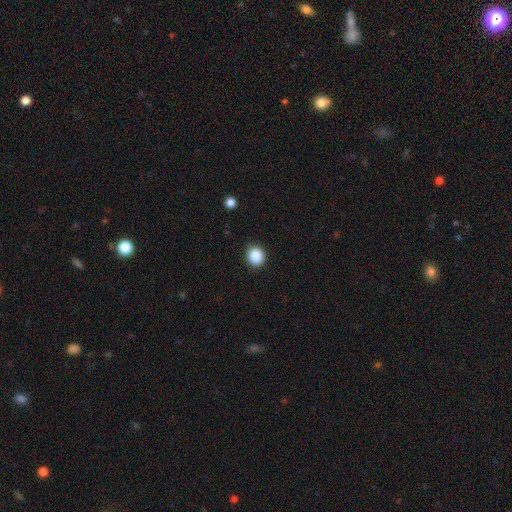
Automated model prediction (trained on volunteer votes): Overall: smooth (88%). How rounded: round (82%). Merging: none (89%).